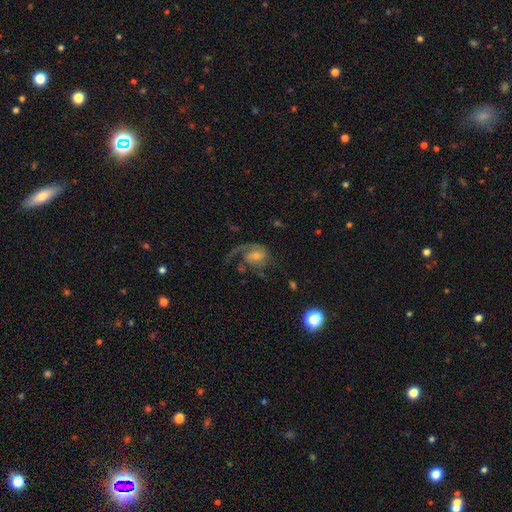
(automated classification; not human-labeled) Smooth or featured?
  - featured or disk: 75% *
  - smooth: 15%
  - star or artifact: 10%
Edge-on disk?
  - no: 98% *
  - yes: 2%
Bar?
  - no: 62% *
  - weak: 32%
  - strong: 6%
Spiral arms?
  - yes: 92% *
  - no: 8%
Spiral winding?
  - medium: 42% *
  - loose: 40%
  - tight: 18%
Spiral arm count?
  - 1: 52% *
  - 2: 34%
  - can't tell: 7%
  - 3: 3%
  - 4: 2%
  - more than 4: 2%
Bulge size?
  - small: 44% *
  - moderate: 36%
  - none: 10%
  - large: 8%
  - dominant: 2%
Merging?
  - none: 45% *
  - major disturbance: 35%
  - minor disturbance: 16%
  - merger: 4%